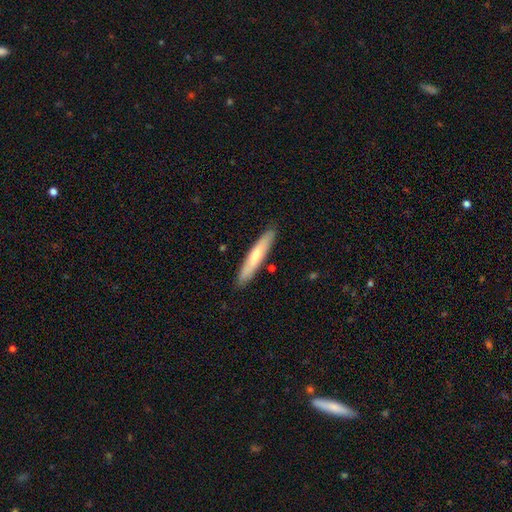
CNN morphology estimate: The model was most divided on "smooth or featured": smooth: 64%, featured or disk: 31%, star or artifact: 5%. More confident: how rounded — cigar-shaped (90%); merging — none (88%).